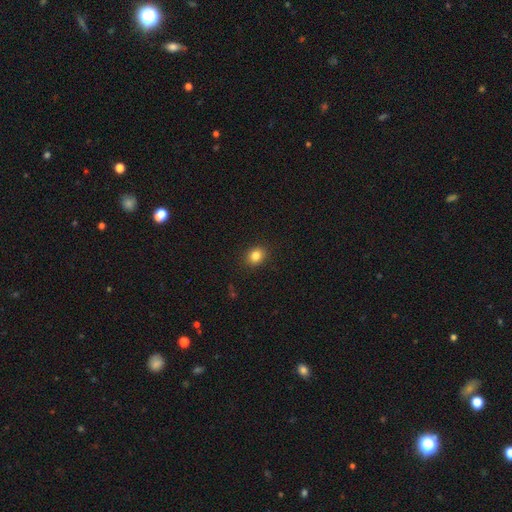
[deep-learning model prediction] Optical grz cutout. It shows a smooth galaxy with no disk features (84%) that is round (57%). Merging: none (90%).